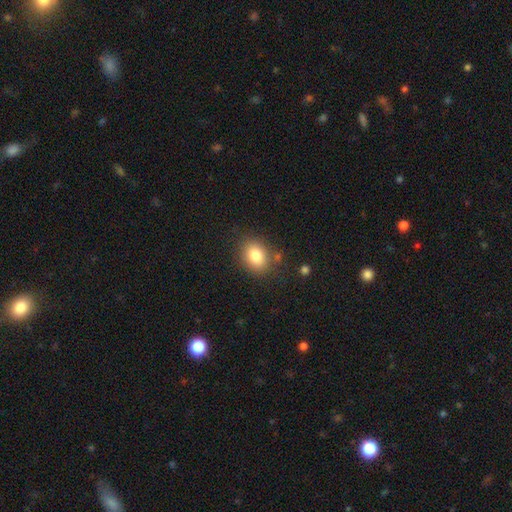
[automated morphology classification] smooth_or_featured: smooth (p=0.83) [alt: star or artifact p=0.09]
how_rounded: in between (p=0.64) [alt: round p=0.35]
merging: none (p=0.80) [alt: minor disturbance p=0.12]